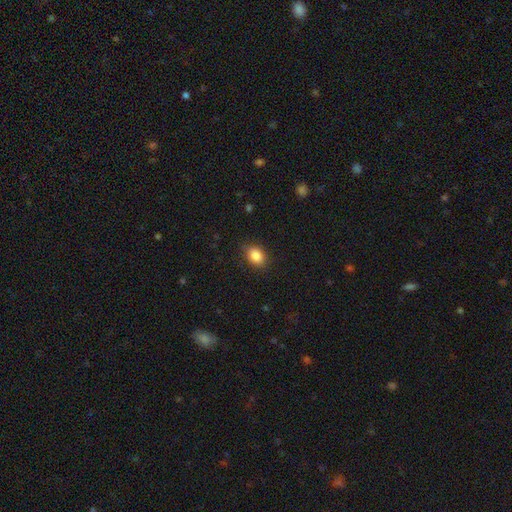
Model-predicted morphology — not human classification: Overall: smooth (87%). How rounded: in between (67%; round 31%). Merging: none (85%).